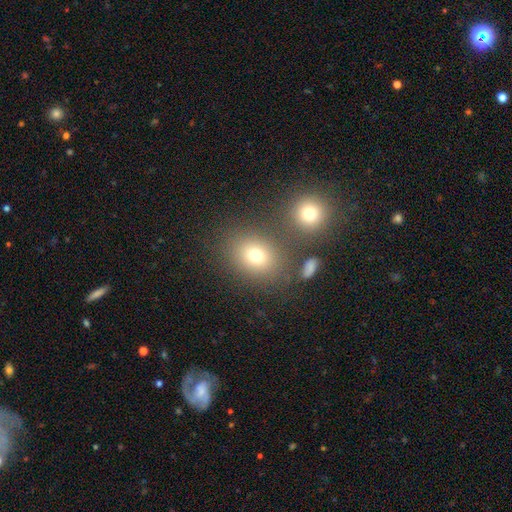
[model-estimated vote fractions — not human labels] smooth 73%, star or artifact 16%, featured or disk 11%. Down the decision tree: how rounded — round (53%); merging — none (72%).